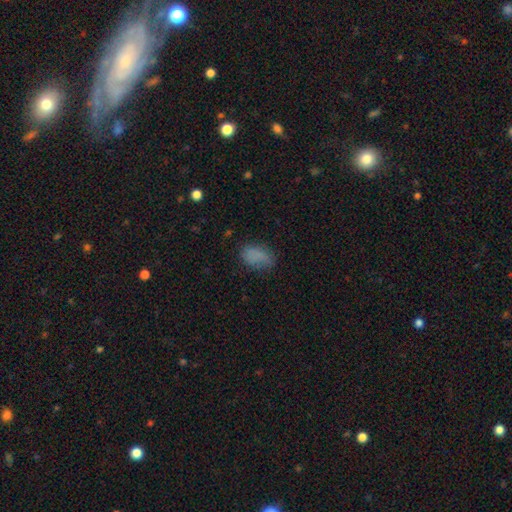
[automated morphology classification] A smooth galaxy with no disk features (80%) that is in between round and cigar-shaped (90%). Merging: none (65%).